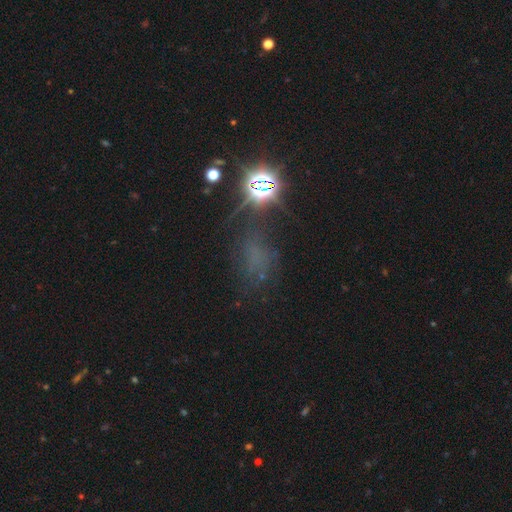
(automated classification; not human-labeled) smooth_or_featured: star or artifact (p=0.49) [alt: smooth p=0.32]